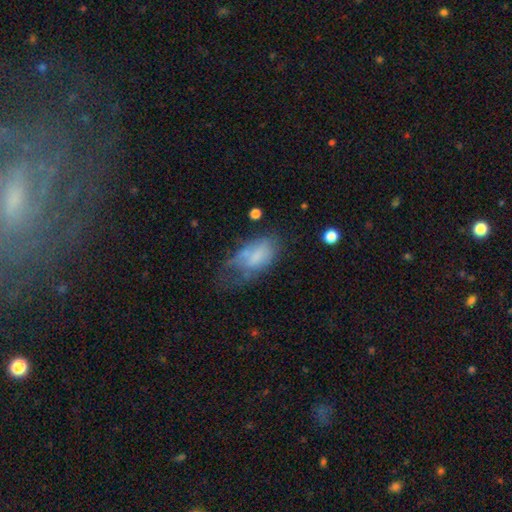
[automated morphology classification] Q: Smooth or featured?
A: smooth (60%); runner-up: featured or disk (30%)
Q: How rounded?
A: in between (90%); runner-up: round (5%)
Q: Merging?
A: major disturbance (38%); runner-up: minor disturbance (29%)